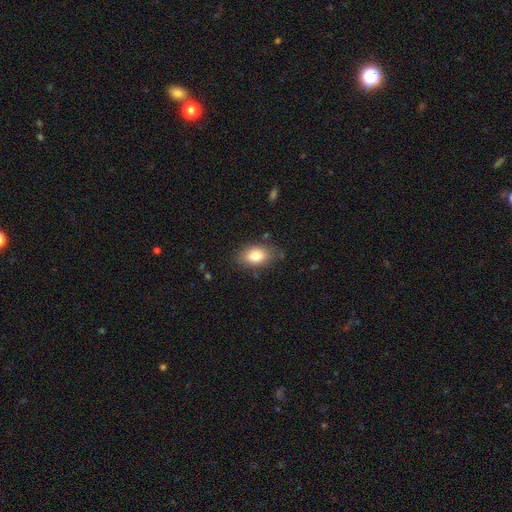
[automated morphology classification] The model was most divided on "merging": none: 81%, minor disturbance: 14%, major disturbance: 3%, merger: 2%. More confident: how rounded — in between (86%); smooth or featured — smooth (82%).